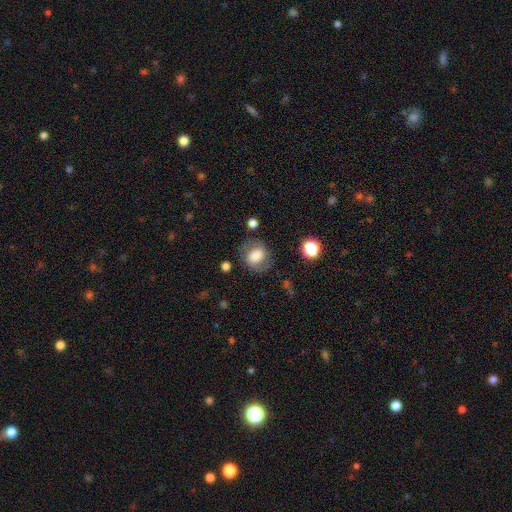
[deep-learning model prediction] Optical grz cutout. It shows a smooth galaxy with no disk features (57%) that is round (62%). Merging: none (71%).